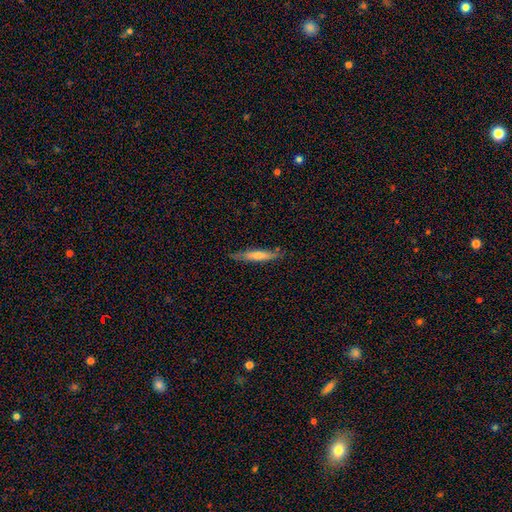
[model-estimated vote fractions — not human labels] Smooth or featured? Predicted: featured or disk (p=0.48). Merging? Predicted: none (p=0.84).